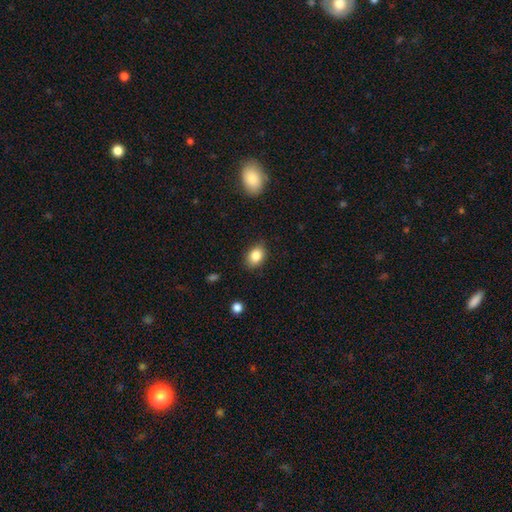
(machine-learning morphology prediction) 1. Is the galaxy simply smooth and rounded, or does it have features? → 84% smooth, 9% star or artifact, 7% featured or disk.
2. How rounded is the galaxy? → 70% in between, 29% round, 1% cigar-shaped.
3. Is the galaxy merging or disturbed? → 82% none, 14% minor disturbance, 3% major disturbance, 1% merger.